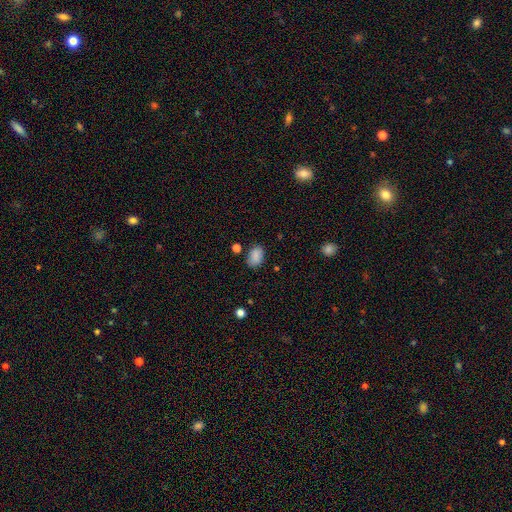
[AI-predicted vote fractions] Smooth or featured? smooth (85%)
How rounded? in between (84%)
Merging? none (75%)